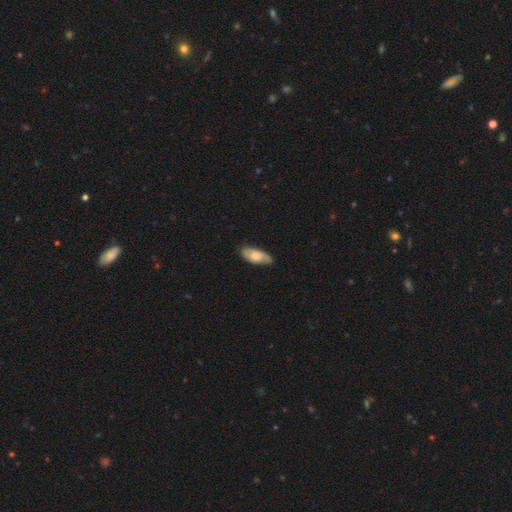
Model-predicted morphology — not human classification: Smooth or featured? Predicted: smooth (p=0.60). How rounded? Predicted: in between (p=0.83). Merging? Predicted: none (p=0.79).